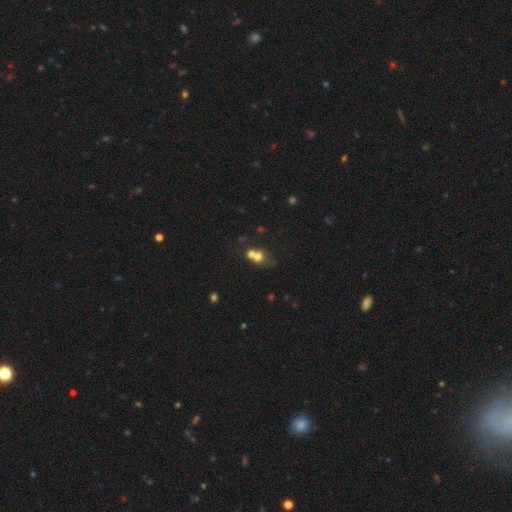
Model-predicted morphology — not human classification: Overall: smooth (63%). How rounded: round (71%). Merging: merger (58%; none 29%).